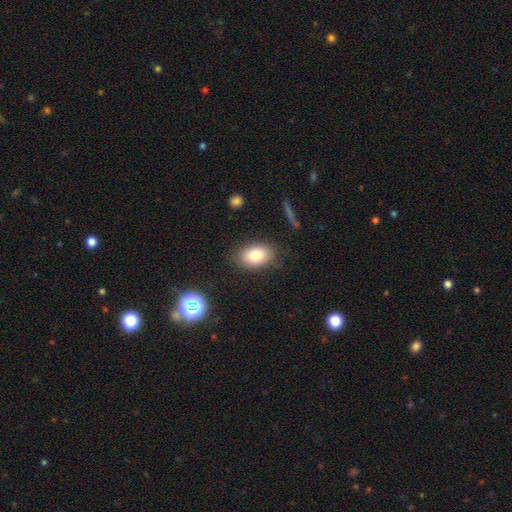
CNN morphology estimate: Smooth or featured? Predicted: smooth (p=0.80). How rounded? Predicted: in between (p=0.84). Merging? Predicted: none (p=0.83).